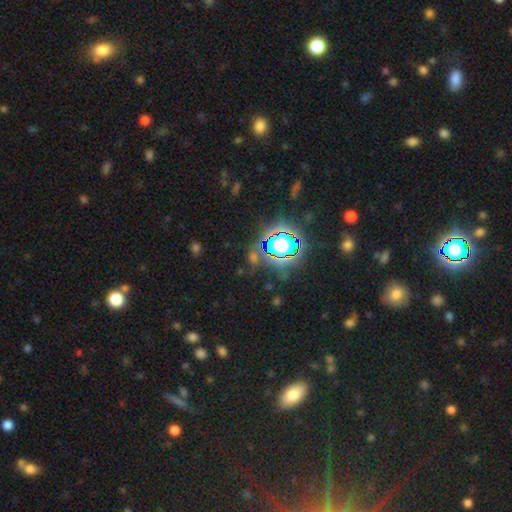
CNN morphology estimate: The model was most divided on "smooth or featured": star or artifact: 72%, smooth: 19%, featured or disk: 10%.